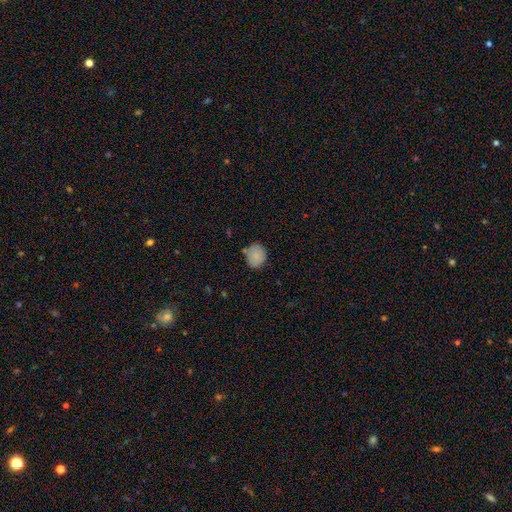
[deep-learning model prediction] smooth-or-featured: smooth: 85% | star or artifact: 8% | featured or disk: 7%
  how-rounded: round: 62% | in between: 37% | cigar-shaped: 1%
  merging: none: 74% | minor disturbance: 19% | merger: 4% | major disturbance: 4%